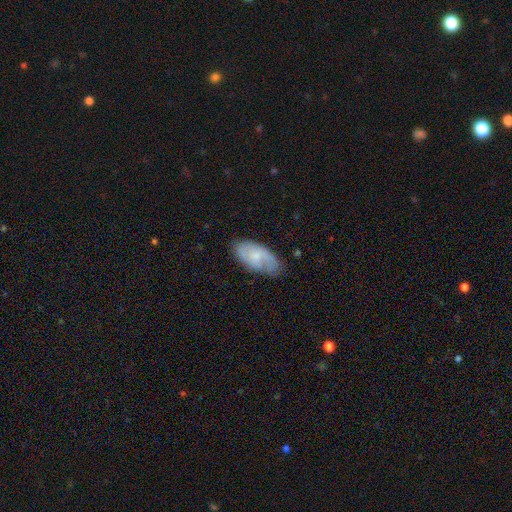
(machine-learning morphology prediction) smooth_or_featured: smooth (p=0.47) [alt: featured or disk p=0.46]
merging: none (p=0.72) [alt: minor disturbance p=0.22]